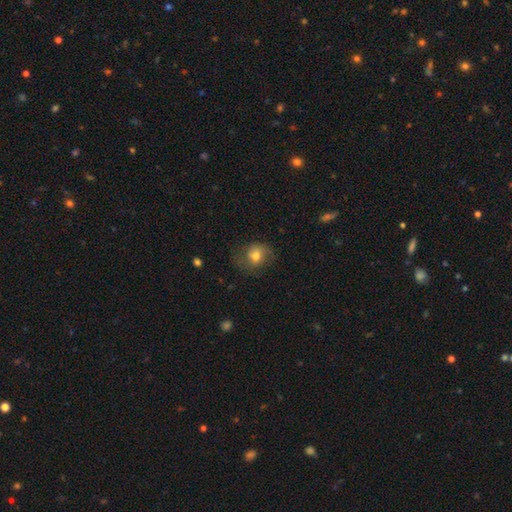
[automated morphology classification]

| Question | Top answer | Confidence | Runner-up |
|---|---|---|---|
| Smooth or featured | smooth | 63% | featured or disk (27%) |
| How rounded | round | 61% | in between (38%) |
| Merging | none | 60% | minor disturbance (23%) |